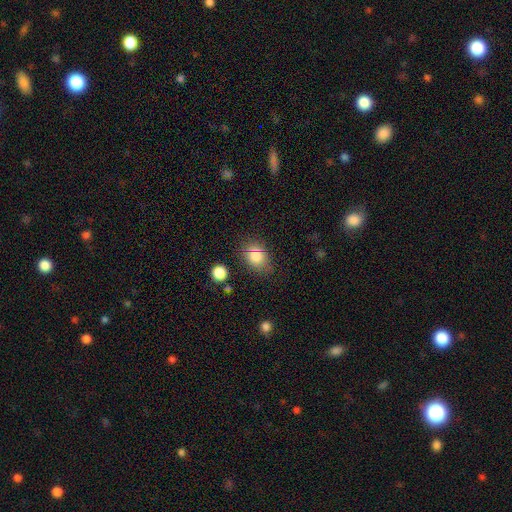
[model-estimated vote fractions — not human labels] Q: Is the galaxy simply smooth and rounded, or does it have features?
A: smooth — 80%.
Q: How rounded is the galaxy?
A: in between — 64%.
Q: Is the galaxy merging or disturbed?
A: none — 73%.